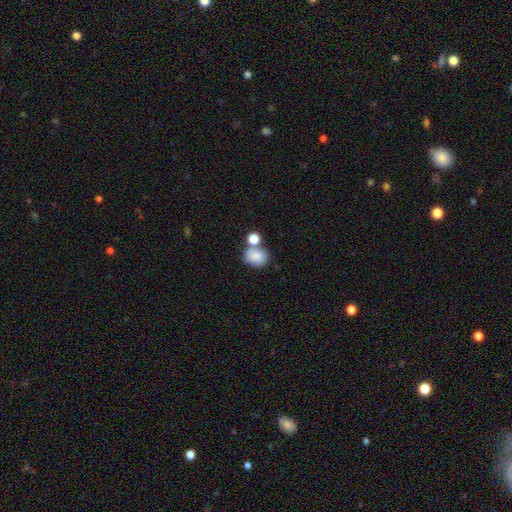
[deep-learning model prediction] smooth_or_featured: smooth (p=0.82) [alt: star or artifact p=0.09]
how_rounded: round (p=0.54) [alt: in between p=0.44]
merging: none (p=0.48) [alt: merger p=0.34]